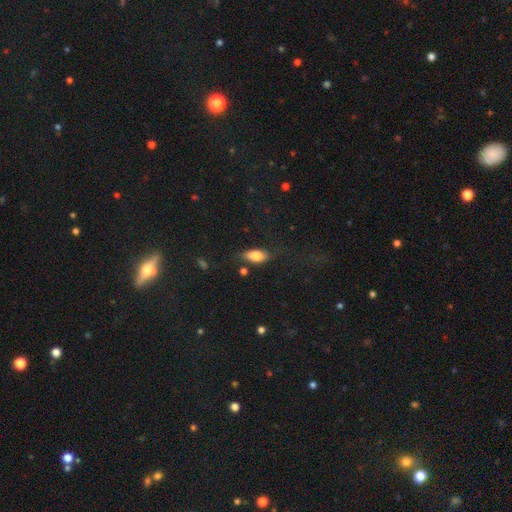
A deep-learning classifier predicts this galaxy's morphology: Smooth or featured: smooth — 81% (featured or disk — 12%)
How rounded: in between — 88% (cigar-shaped — 8%)
Merging: none — 69% (minor disturbance — 20%)